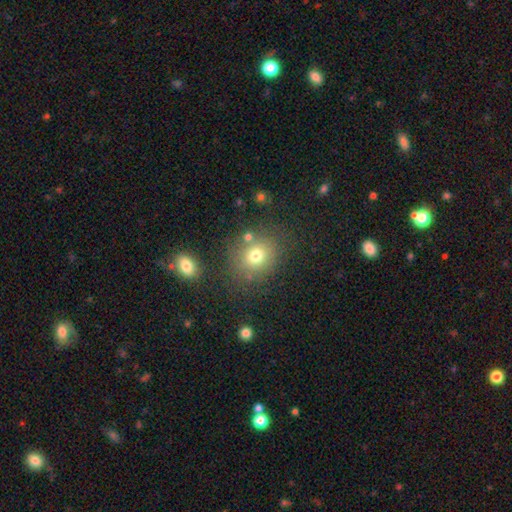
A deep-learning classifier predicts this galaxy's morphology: This is likely a smooth galaxy (72%). How rounded: likely round (75%). Merging: likely none (74%).